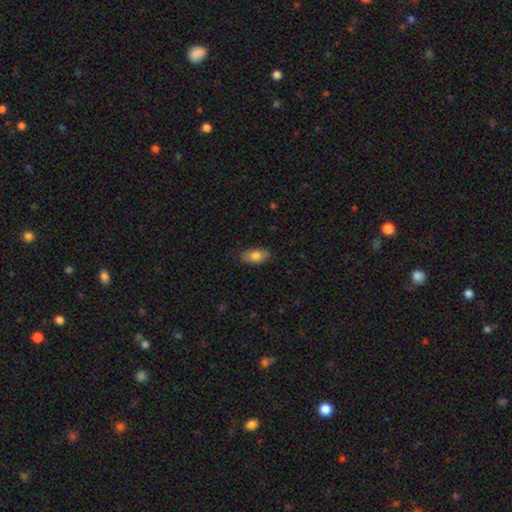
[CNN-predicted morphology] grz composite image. It shows a smooth galaxy with no disk features (80%) that is in between round and cigar-shaped (89%). Merging: none (85%).